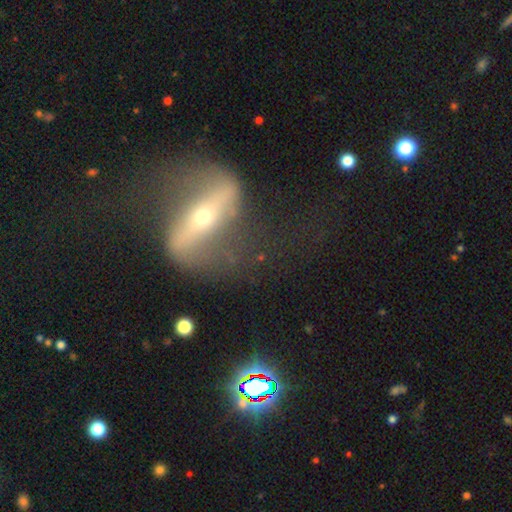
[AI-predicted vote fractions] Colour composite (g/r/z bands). It shows a featured or disk galaxy (84%) with a strong bar (72%), 2 (91%) loose (74%) spiral arms (83%) and a small central bulge (67%). Merging: none (62%).